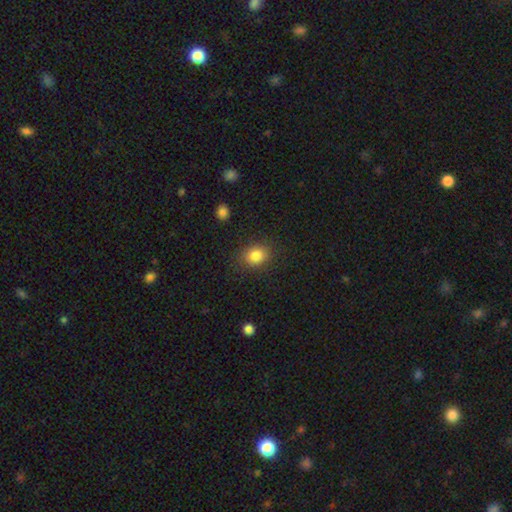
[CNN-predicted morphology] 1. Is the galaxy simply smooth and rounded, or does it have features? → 84% smooth, 10% star or artifact, 6% featured or disk.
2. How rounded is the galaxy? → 53% round, 46% in between, 1% cigar-shaped.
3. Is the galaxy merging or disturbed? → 84% none, 11% minor disturbance, 3% major disturbance, 1% merger.